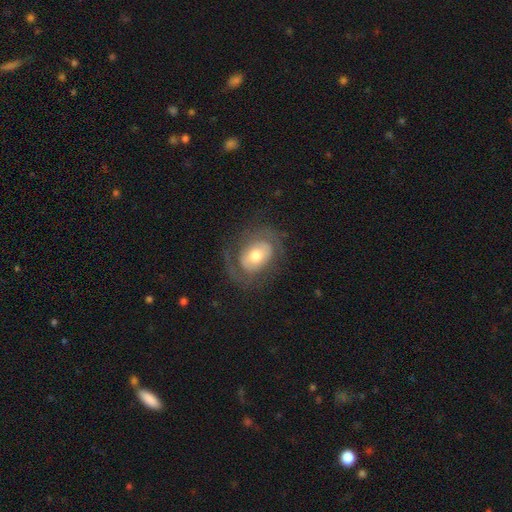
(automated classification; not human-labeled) smooth-or-featured: featured or disk: 60% | smooth: 33% | star or artifact: 7%
  disk-edge-on: no: 95% | yes: 5%
    bar: no: 68% | weak: 23% | strong: 8%
    has-spiral-arms: yes: 64% | no: 36%
    bulge-size: moderate: 67% | large: 16% | small: 14% | dominant: 2% | none: 1%
  merging: none: 65% | minor disturbance: 18% | major disturbance: 16% | merger: 1%